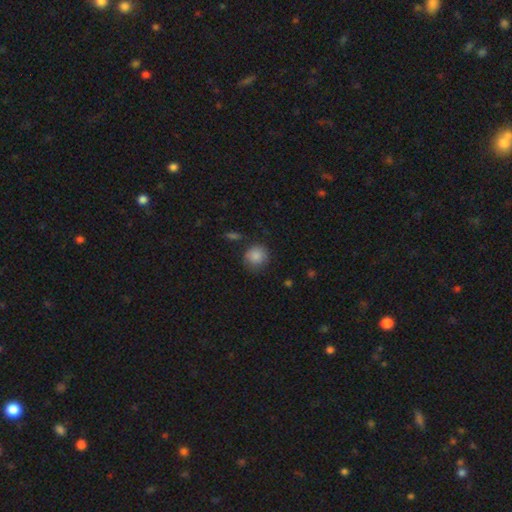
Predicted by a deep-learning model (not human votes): Morphology: type=smooth (87%); roundness=round (89%); merging=none (77%).